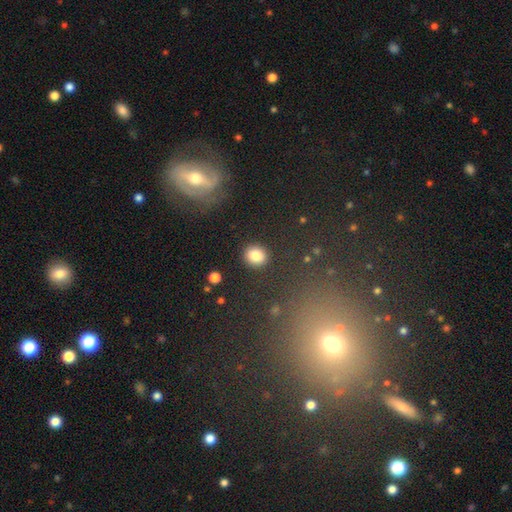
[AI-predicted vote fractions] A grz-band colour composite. It shows a smooth galaxy with no disk features (85%) that is round (69%). Merging: none (88%).